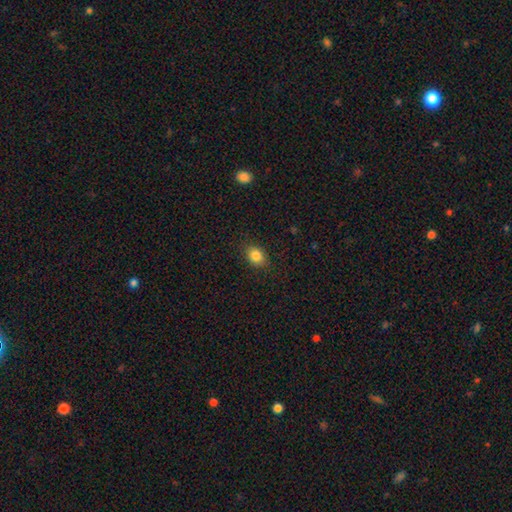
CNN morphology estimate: Overall: smooth (84%). How rounded: in between (63%; round 36%). Merging: none (87%).